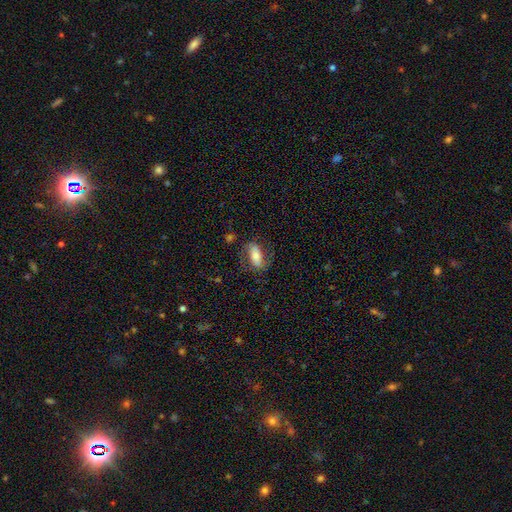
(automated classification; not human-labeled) Q: Smooth or featured?
A: smooth (48%); runner-up: featured or disk (45%)
Q: Merging?
A: none (68%); runner-up: minor disturbance (18%)